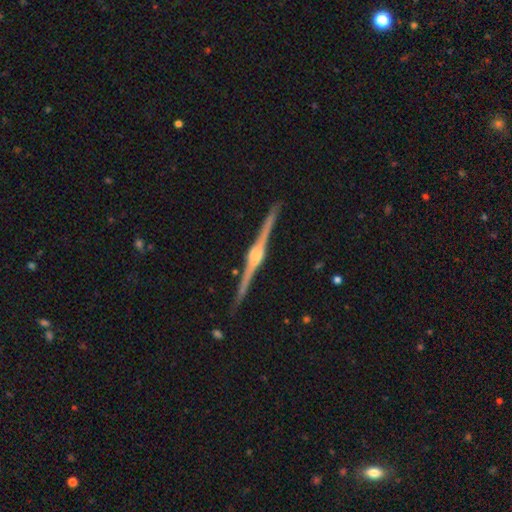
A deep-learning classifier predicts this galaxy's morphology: smooth_or_featured: featured or disk (p=0.88) [alt: smooth p=0.06]
disk_edge_on: yes (p=0.99) [alt: no p=0.01]
edge_on_bulge: rounded (p=0.76) [alt: boxy p=0.20]
merging: none (p=0.89) [alt: minor disturbance p=0.08]